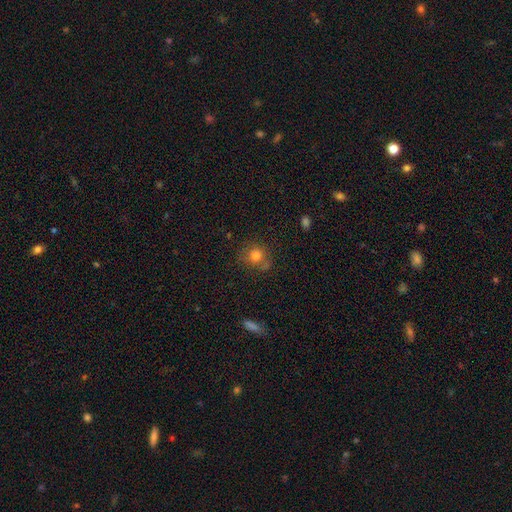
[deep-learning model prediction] A smooth galaxy with no disk features (79%) that is round (83%).

Vote fractions:
- Smooth or featured? smooth: 79% / star or artifact: 13% / featured or disk: 9%
- How rounded? round: 83% / in between: 16% / cigar-shaped: 1%
- Merging? none: 68% / minor disturbance: 16% / merger: 11% / major disturbance: 5%